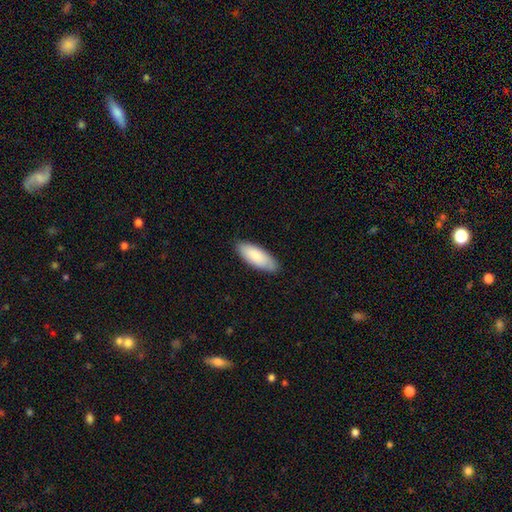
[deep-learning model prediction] Morphology: type=smooth (84%); roundness=in between (76%); merging=none (84%).